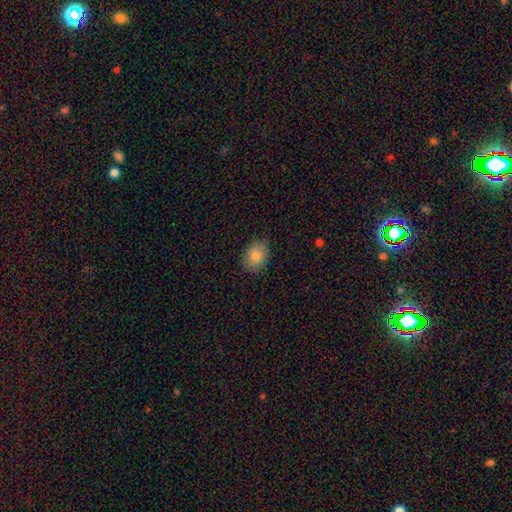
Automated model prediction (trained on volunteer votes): Smooth or featured: smooth — 81% (featured or disk — 10%)
How rounded: in between — 62% (round — 37%)
Merging: none — 85% (minor disturbance — 11%)